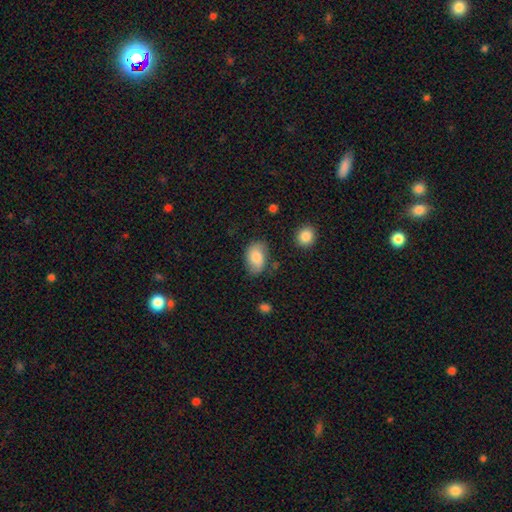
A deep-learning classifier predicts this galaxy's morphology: Smooth or featured? Predicted: smooth (p=0.75). How rounded? Predicted: in between (p=0.87). Merging? Predicted: none (p=0.70).